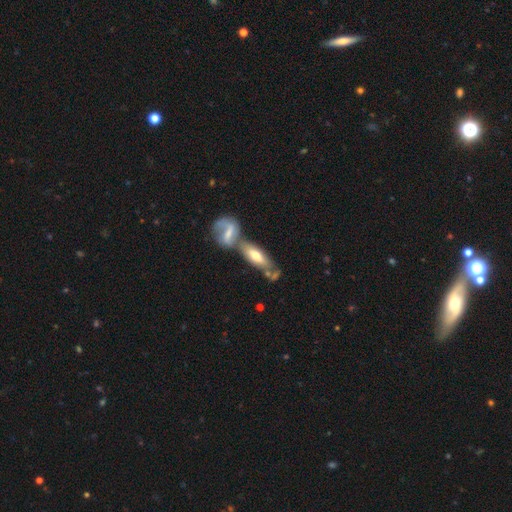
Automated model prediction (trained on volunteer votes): smooth 54%, featured or disk 40%, star or artifact 6%. Down the decision tree: how rounded — in between (66%); merging — merger (46%).